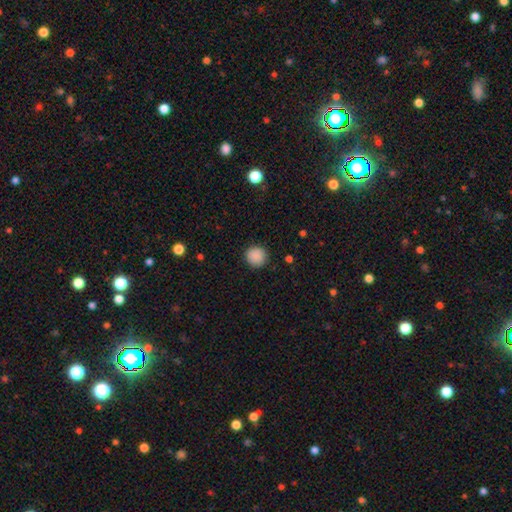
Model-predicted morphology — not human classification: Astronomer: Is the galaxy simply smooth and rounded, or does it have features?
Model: smooth — 88%.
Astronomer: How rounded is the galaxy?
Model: round — 93%.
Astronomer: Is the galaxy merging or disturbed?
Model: none — 90%.